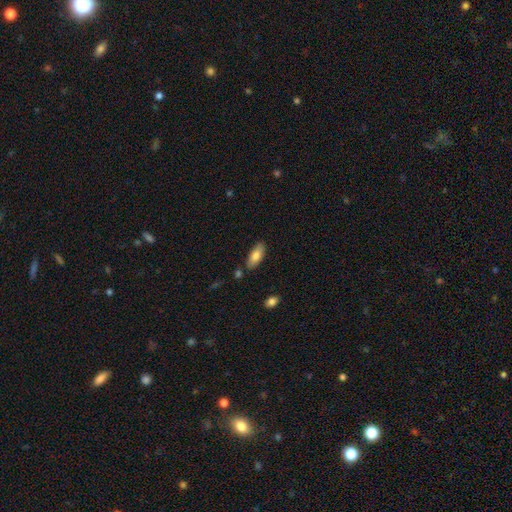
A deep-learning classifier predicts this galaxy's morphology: type=smooth (79%); roundness=in between (84%); merging=none (82%).